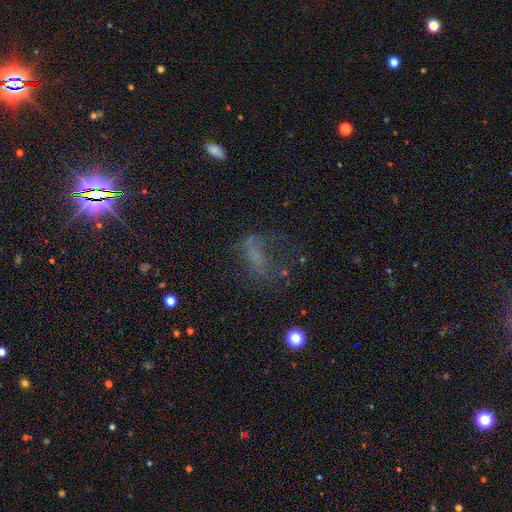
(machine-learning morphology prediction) Smooth or featured: smooth — 36% (star or artifact — 33%)
Merging: major disturbance — 39% (none — 37%)